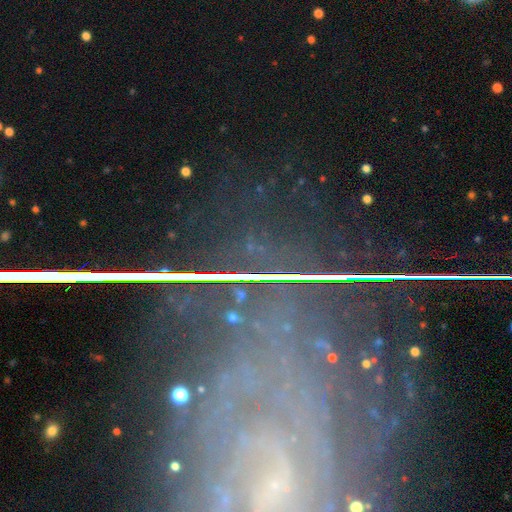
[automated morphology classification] type=star or artifact (61%).